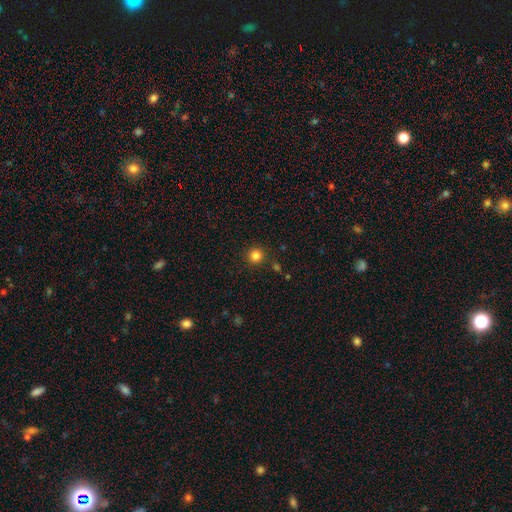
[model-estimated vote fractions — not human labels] smooth-or-featured: smooth: 82% | star or artifact: 13% | featured or disk: 4%
  how-rounded: round: 95% | in between: 4% | cigar-shaped: 1%
  merging: none: 90% | minor disturbance: 6% | merger: 2% | major disturbance: 2%